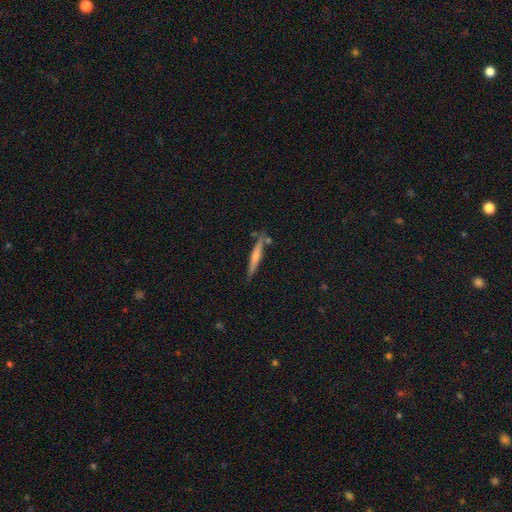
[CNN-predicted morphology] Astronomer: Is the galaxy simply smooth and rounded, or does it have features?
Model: smooth — 52% (runner-up: featured or disk, 42%).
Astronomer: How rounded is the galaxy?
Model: cigar-shaped — 94%.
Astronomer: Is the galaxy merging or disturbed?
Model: none — 77%.